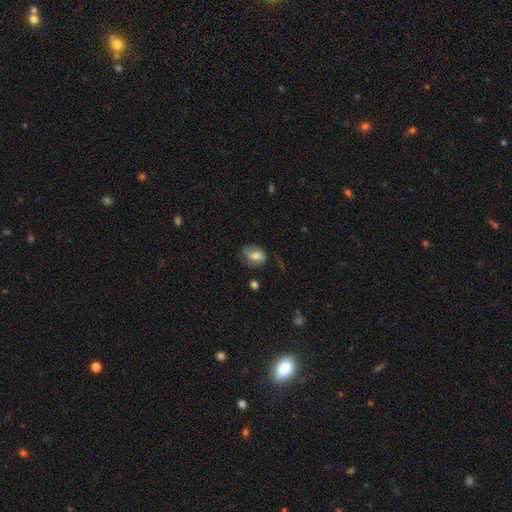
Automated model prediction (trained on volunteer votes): This appears to be a smooth galaxy with no disk features (61%) that is in between round and cigar-shaped (73%). Merging: none (59%).